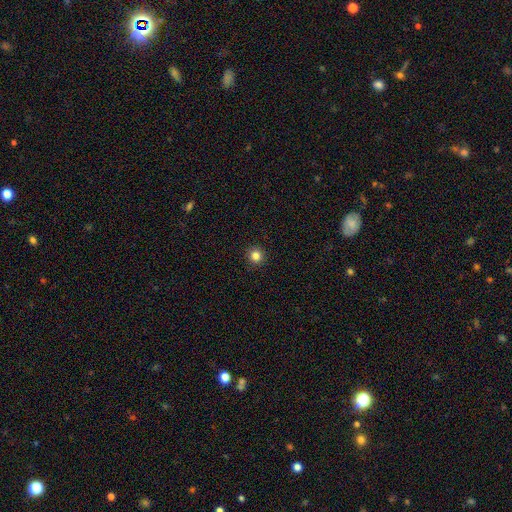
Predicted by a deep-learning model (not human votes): Smooth or featured: smooth — 83% (star or artifact — 12%)
How rounded: round — 95% (in between — 4%)
Merging: none — 93% (minor disturbance — 4%)